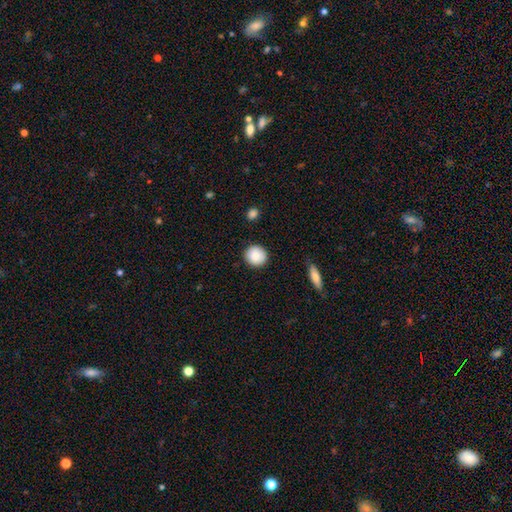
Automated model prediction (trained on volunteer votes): This is clearly a smooth galaxy (87%). How rounded: clearly round (93%). Merging: clearly none (90%).